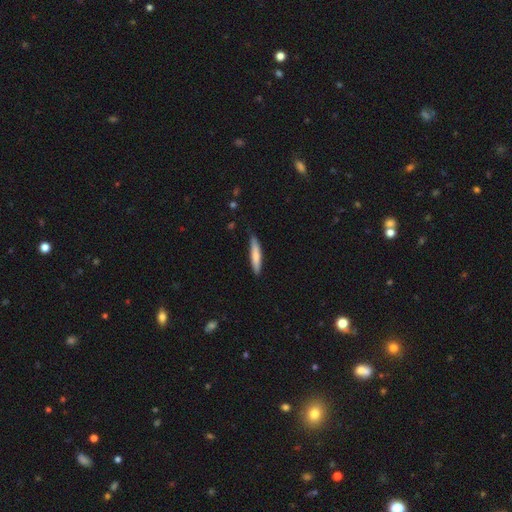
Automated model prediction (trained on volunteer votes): This appears to be a smooth galaxy with no disk features (72%) that is cigar-shaped (88%). Merging: none (81%).